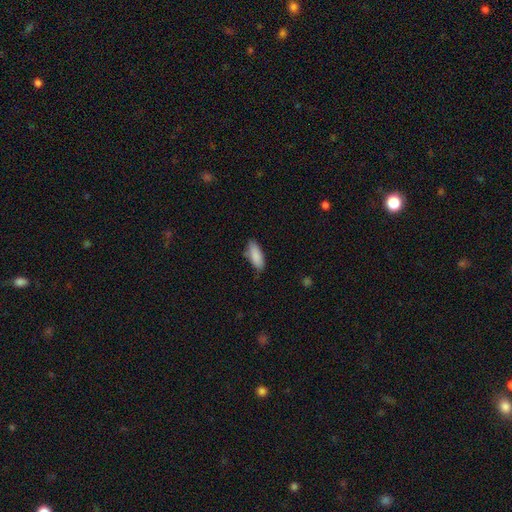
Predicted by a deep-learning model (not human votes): smooth 88%, featured or disk 6%, star or artifact 6%. Down the decision tree: how rounded — in between (74%); merging — none (75%).